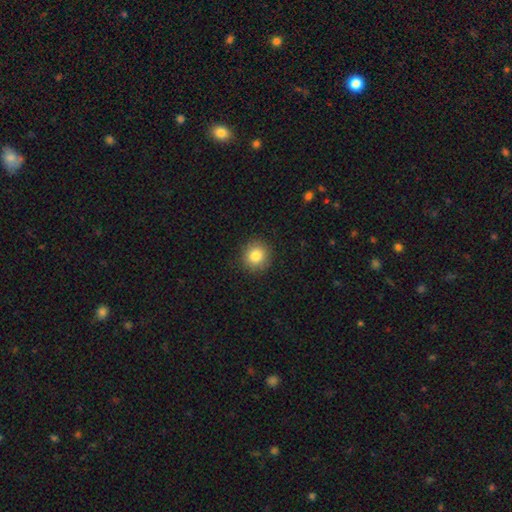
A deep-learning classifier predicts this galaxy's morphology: A smooth galaxy with no disk features (83%) that is round (91%). Merging: none (90%).